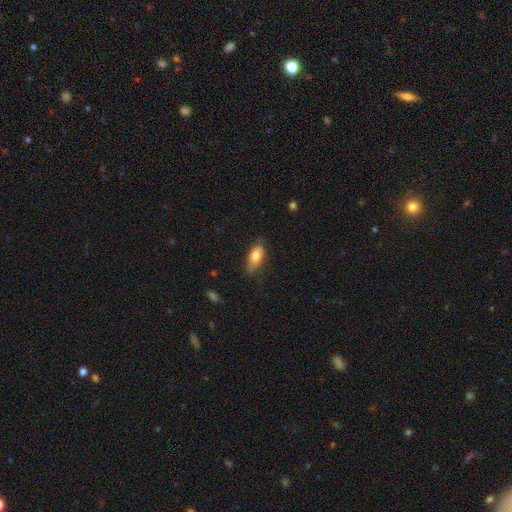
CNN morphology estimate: Smooth or featured? smooth (77%)
How rounded? in between (86%)
Merging? none (70%)